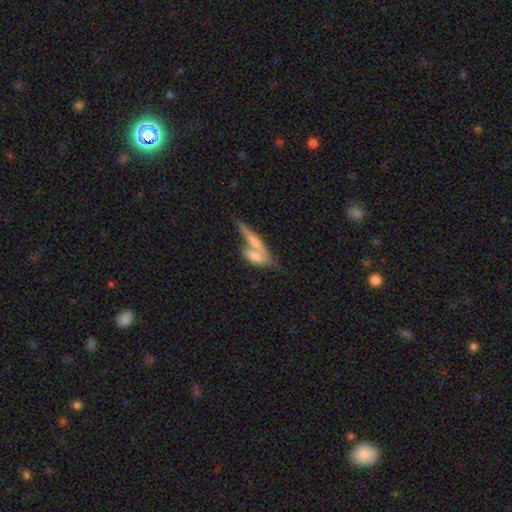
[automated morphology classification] type=smooth (55%); roundness=in between (51%); merging=merger (61%).